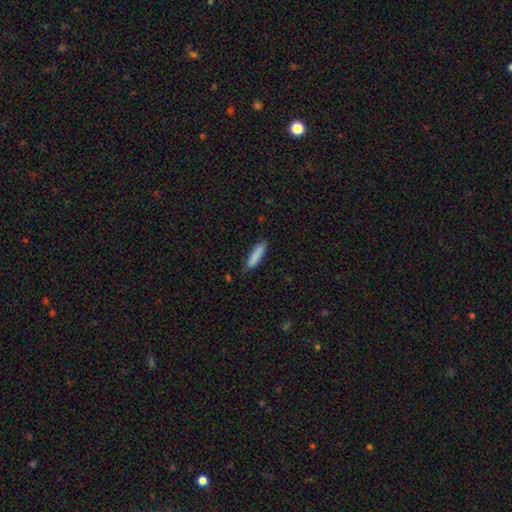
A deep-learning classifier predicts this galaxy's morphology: type=smooth (86%); roundness=cigar-shaped (76%); merging=none (81%).